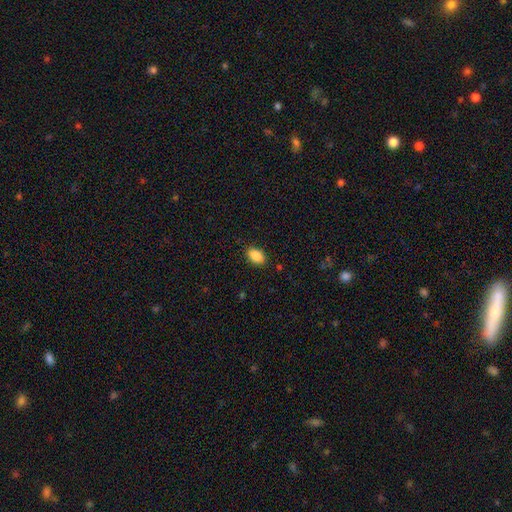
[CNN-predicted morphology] A smooth galaxy with no disk features (88%) that is in between round and cigar-shaped (90%).

Vote fractions:
- Smooth or featured? smooth: 88% / star or artifact: 8% / featured or disk: 4%
- How rounded? in between: 90% / round: 8% / cigar-shaped: 2%
- Merging? none: 88% / minor disturbance: 9% / major disturbance: 2% / merger: 1%